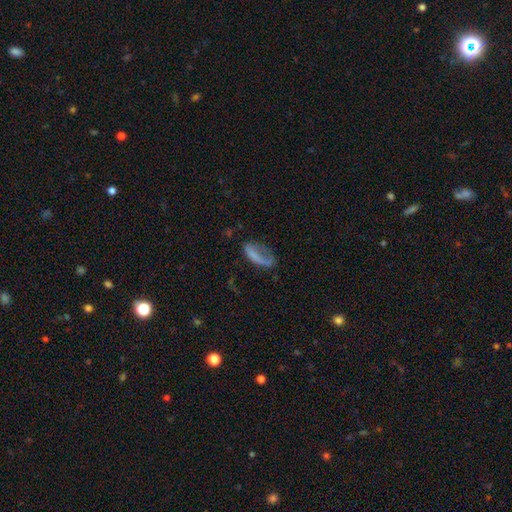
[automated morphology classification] The model was most divided on "merging": major disturbance: 40%, none: 32%, minor disturbance: 24%, merger: 4%. More confident: how rounded — in between (72%); smooth or featured — smooth (58%).